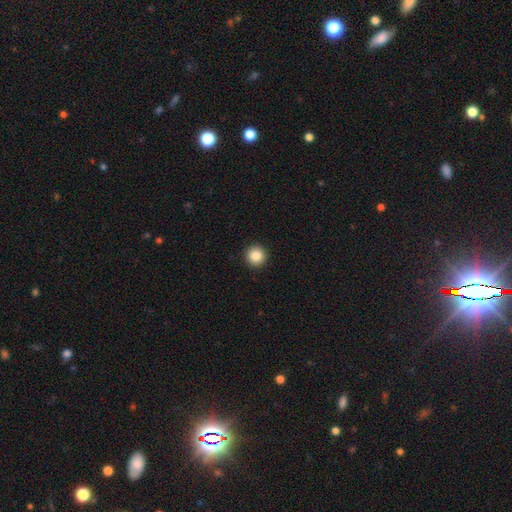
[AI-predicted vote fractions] Smooth or featured?
  - smooth: 86% *
  - star or artifact: 10%
  - featured or disk: 4%
How rounded?
  - round: 96% *
  - in between: 3%
  - cigar-shaped: 1%
Merging?
  - none: 94% *
  - minor disturbance: 4%
  - major disturbance: 1%
  - merger: 1%